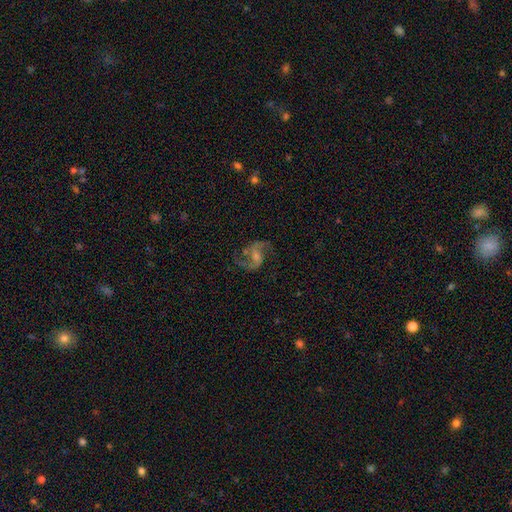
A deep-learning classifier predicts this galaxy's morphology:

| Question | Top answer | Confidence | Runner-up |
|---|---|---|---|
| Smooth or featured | featured or disk | 86% | smooth (7%) |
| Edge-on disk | no | 98% | yes (2%) |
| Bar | weak | 49% | no (34%) |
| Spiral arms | yes | 96% | no (4%) |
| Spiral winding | loose | 54% | medium (40%) |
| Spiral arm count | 2 | 92% | 1 (2%) |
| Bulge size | small | 43% | moderate (28%) |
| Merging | none | 68% | minor disturbance (16%) |